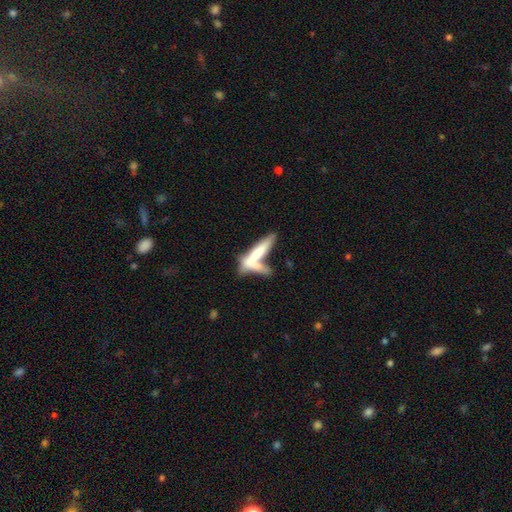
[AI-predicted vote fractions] Q: Smooth or featured?
A: smooth (62%); runner-up: featured or disk (31%)
Q: How rounded?
A: cigar-shaped (76%); runner-up: in between (22%)
Q: Merging?
A: merger (52%); runner-up: none (25%)